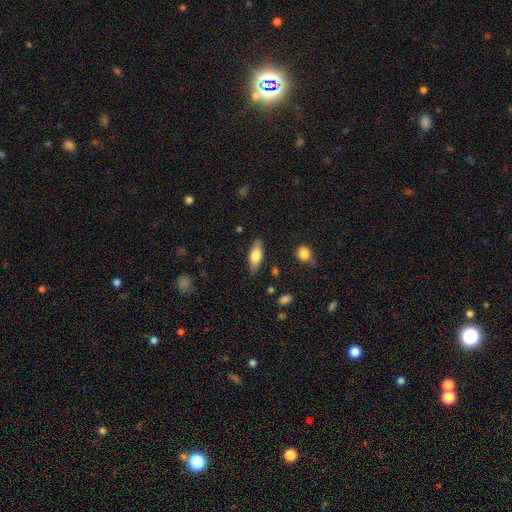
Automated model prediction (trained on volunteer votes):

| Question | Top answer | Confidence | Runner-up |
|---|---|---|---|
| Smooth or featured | smooth | 62% | featured or disk (32%) |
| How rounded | in between | 64% | cigar-shaped (33%) |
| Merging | none | 84% | minor disturbance (12%) |